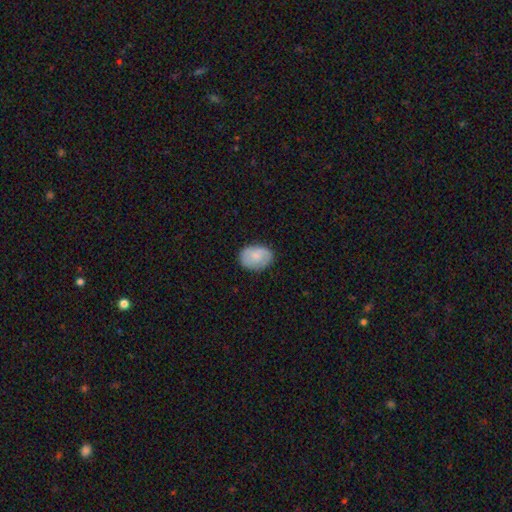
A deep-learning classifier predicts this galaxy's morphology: This appears to be a smooth galaxy with no disk features (70%) that is in between round and cigar-shaped (71%). Merging: none (79%).